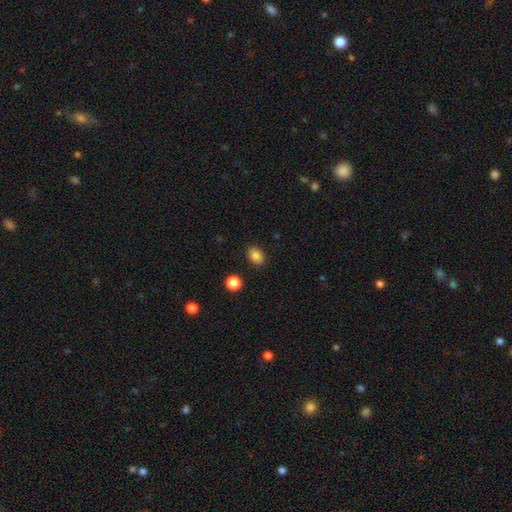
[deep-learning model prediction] smooth 84%, star or artifact 10%, featured or disk 6%. Down the decision tree: how rounded — in between (69%); merging — none (88%).